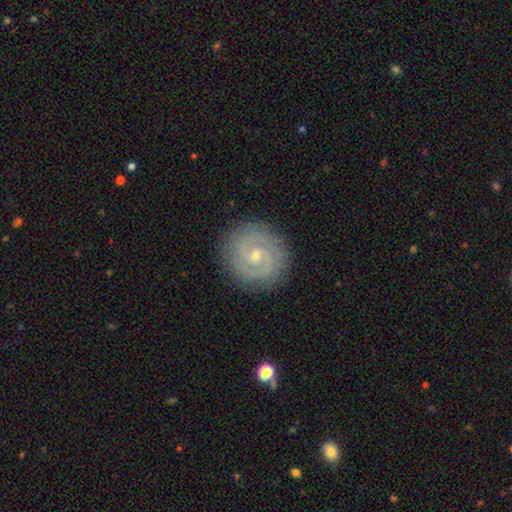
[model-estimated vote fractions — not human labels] This is clearly a featured or disk galaxy (84%). It is clearly not viewed edge-on (98%). Bar: possibly no (53%). Spiral arm pattern: clearly yes (96%). Spiral arm count: likely 2 (77%). Spiral winding: likely tight (66%). Central bulge: likely small (62%). Merging: clearly none (87%).